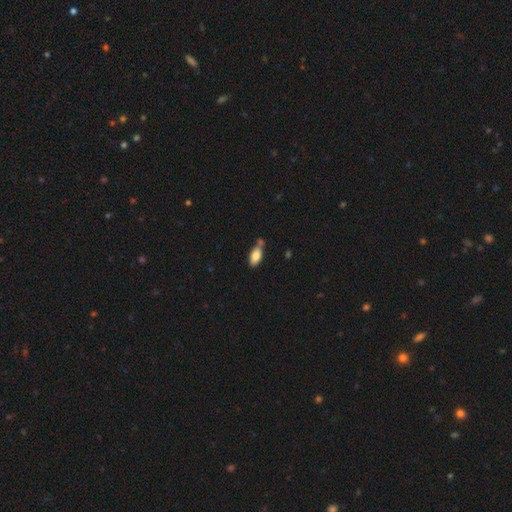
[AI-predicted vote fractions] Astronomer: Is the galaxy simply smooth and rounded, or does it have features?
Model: smooth — 83%.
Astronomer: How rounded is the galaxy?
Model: in between — 90%.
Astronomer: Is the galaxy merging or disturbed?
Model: none — 58%.